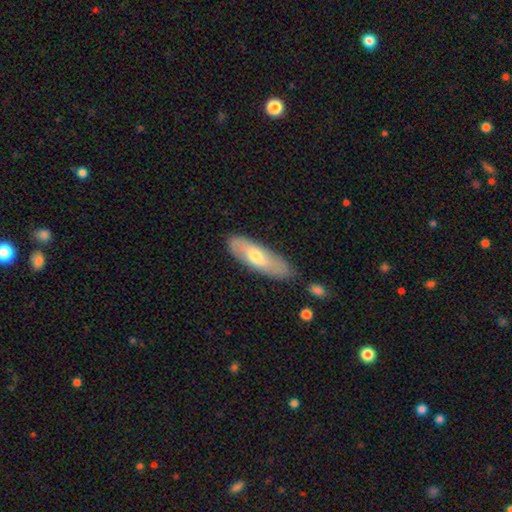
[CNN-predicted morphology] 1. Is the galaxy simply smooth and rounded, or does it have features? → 51% smooth, 42% featured or disk, 7% star or artifact.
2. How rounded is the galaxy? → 50% cigar-shaped, 48% in between, 2% round.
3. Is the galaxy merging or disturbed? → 78% none, 16% minor disturbance, 3% major disturbance, 3% merger.